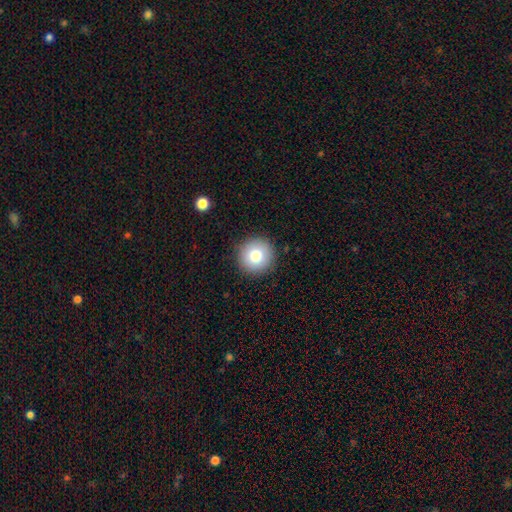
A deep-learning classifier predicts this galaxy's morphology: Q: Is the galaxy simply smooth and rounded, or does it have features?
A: smooth — 80%.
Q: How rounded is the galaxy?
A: round — 95%.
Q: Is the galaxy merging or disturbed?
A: none — 91%.